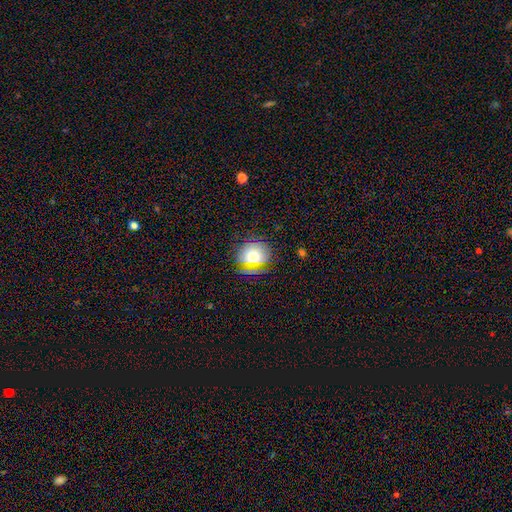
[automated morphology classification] This appears to be a smooth galaxy with no disk features (70%) that is round (79%). Merging: none (72%).